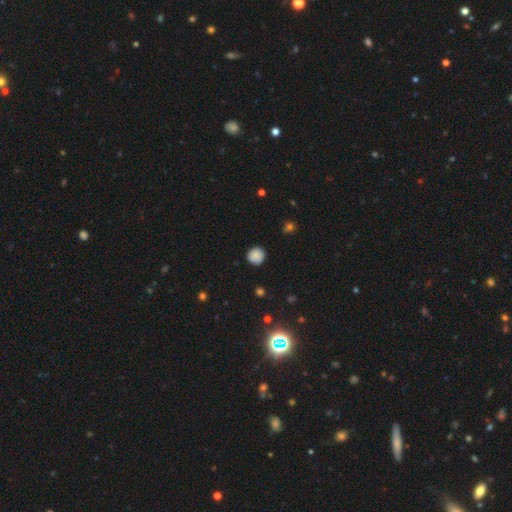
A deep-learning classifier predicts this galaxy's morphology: This is clearly a smooth galaxy (85%). How rounded: clearly round (92%). Merging: clearly none (83%).